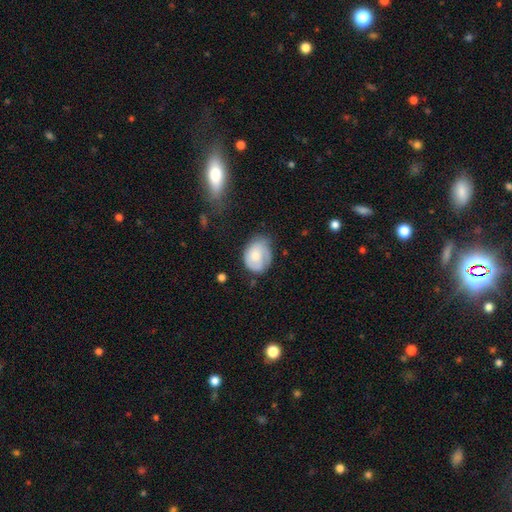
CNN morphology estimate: Smooth or featured? Predicted: smooth (p=0.59). How rounded? Predicted: in between (p=0.58). Merging? Predicted: none (p=0.48).